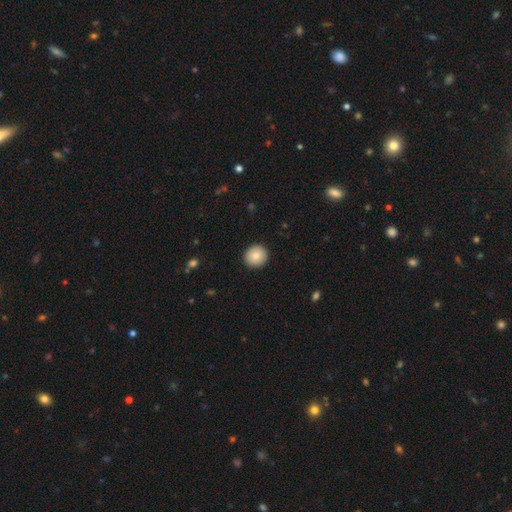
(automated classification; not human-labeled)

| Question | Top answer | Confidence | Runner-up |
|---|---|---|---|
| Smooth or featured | smooth | 85% | featured or disk (8%) |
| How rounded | round | 93% | in between (6%) |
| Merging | none | 92% | minor disturbance (5%) |